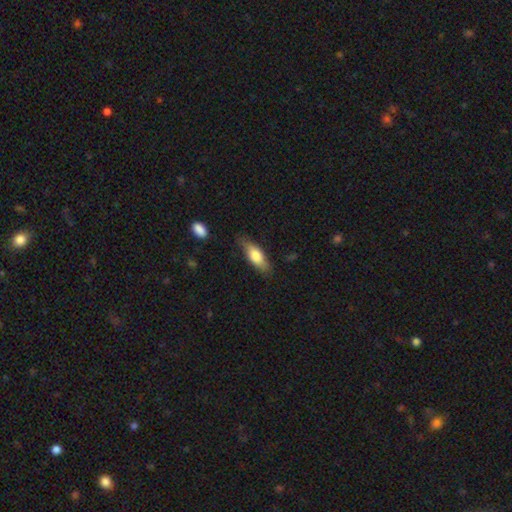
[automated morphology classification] smooth_or_featured: smooth (p=0.73) [alt: featured or disk p=0.21]
how_rounded: in between (p=0.66) [alt: cigar-shaped p=0.31]
merging: none (p=0.74) [alt: minor disturbance p=0.20]